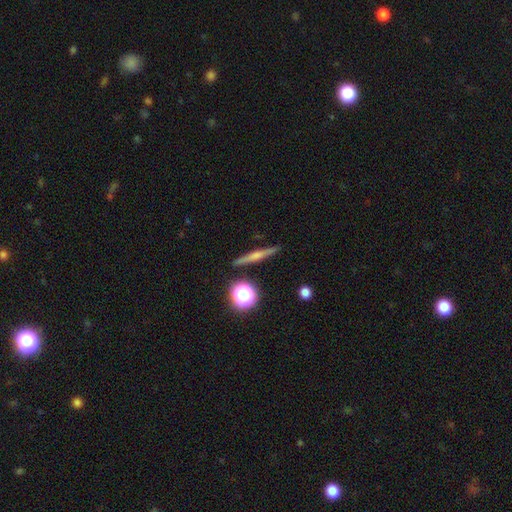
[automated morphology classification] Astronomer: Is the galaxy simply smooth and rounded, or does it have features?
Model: featured or disk — 53% (runner-up: smooth, 37%).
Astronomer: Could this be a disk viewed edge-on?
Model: yes — 96%.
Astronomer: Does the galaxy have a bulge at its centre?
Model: rounded — 65%.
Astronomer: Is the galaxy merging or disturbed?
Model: none — 89%.